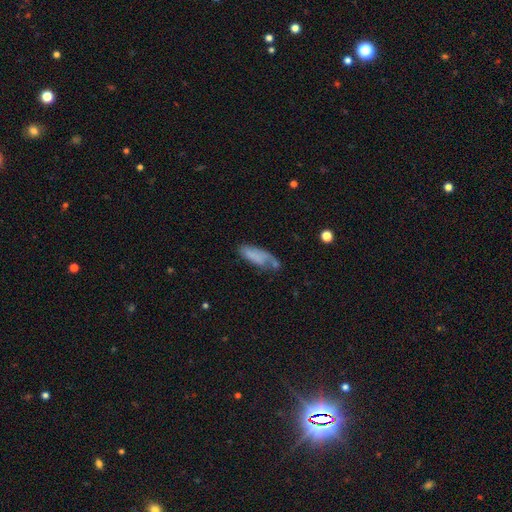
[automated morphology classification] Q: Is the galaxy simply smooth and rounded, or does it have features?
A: smooth — 65%.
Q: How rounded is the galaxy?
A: in between — 66%.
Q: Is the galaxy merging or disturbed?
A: none — 39%.